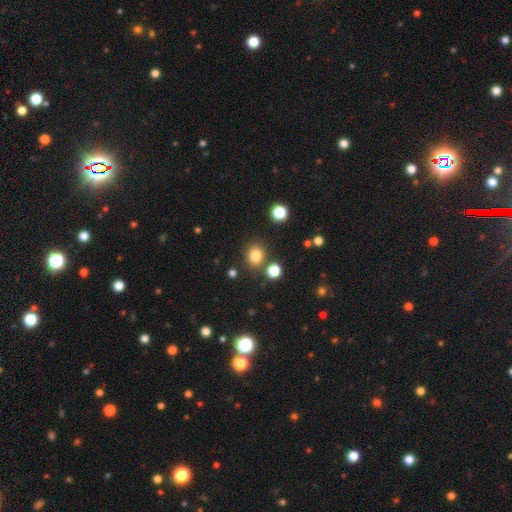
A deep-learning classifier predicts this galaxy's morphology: smooth-or-featured: smooth: 82% | star or artifact: 13% | featured or disk: 5%
  how-rounded: round: 64% | in between: 35% | cigar-shaped: 1%
  merging: none: 80% | minor disturbance: 9% | merger: 8% | major disturbance: 3%